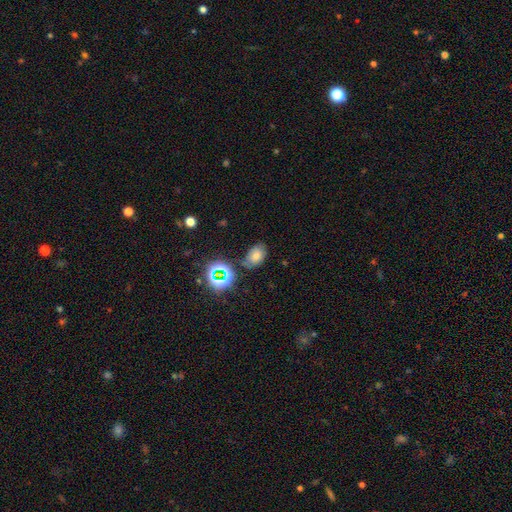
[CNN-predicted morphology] Smooth or featured? smooth (56%)
How rounded? in between (71%)
Merging? none (76%)